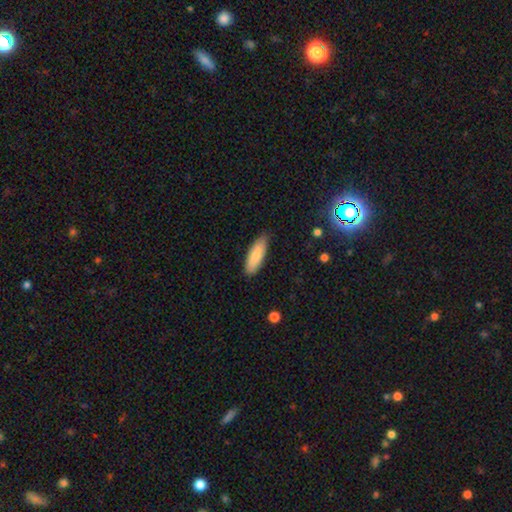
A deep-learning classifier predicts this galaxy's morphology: smooth-or-featured: smooth: 82% | featured or disk: 12% | star or artifact: 6%
  how-rounded: in between: 58% | cigar-shaped: 40% | round: 2%
  merging: none: 84% | minor disturbance: 13% | major disturbance: 2% | merger: 1%